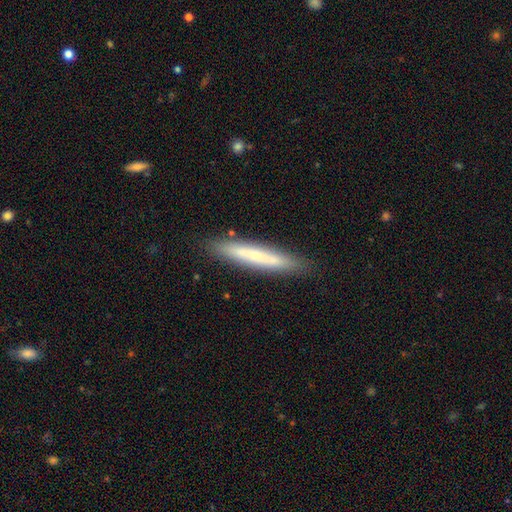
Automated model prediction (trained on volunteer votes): Smooth or featured? Predicted: smooth (p=0.63). How rounded? Predicted: cigar-shaped (p=0.94). Merging? Predicted: none (p=0.87).